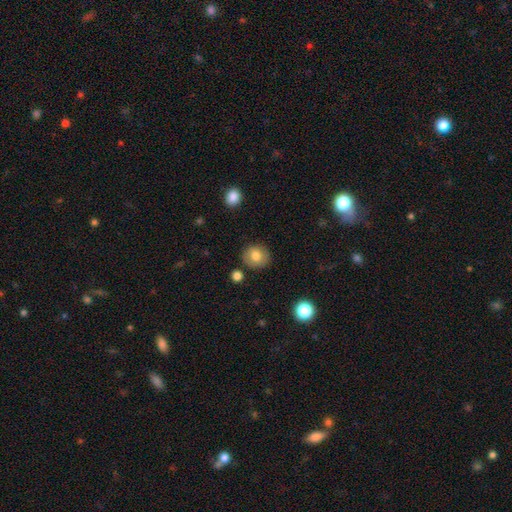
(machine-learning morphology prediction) Smooth or featured: smooth — 79% (featured or disk — 12%)
How rounded: round — 82% (in between — 17%)
Merging: none — 86% (minor disturbance — 9%)